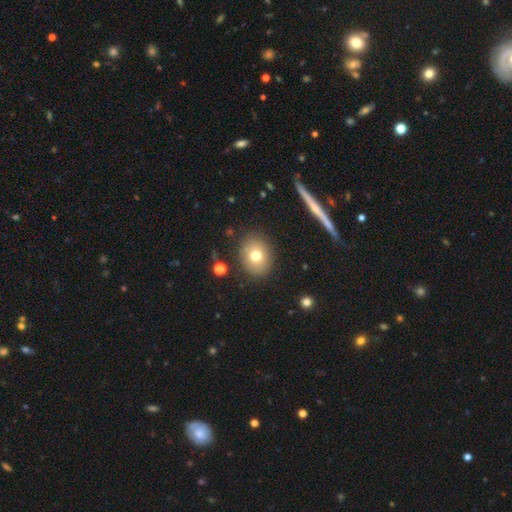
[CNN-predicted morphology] Overall: smooth (73%). How rounded: round (59%; in between 40%). Merging: none (85%).